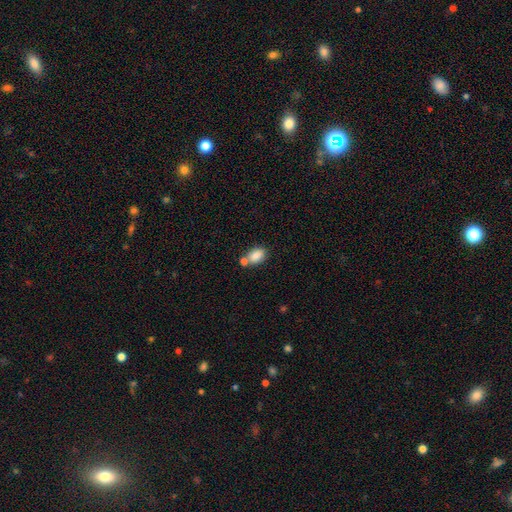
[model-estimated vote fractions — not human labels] Smooth or featured?
  - smooth: 85% *
  - star or artifact: 8%
  - featured or disk: 7%
How rounded?
  - in between: 84% *
  - round: 15%
  - cigar-shaped: 1%
Merging?
  - none: 56% *
  - merger: 27%
  - minor disturbance: 13%
  - major disturbance: 4%